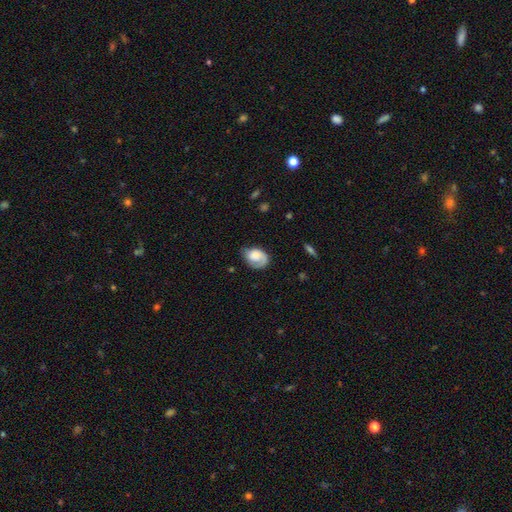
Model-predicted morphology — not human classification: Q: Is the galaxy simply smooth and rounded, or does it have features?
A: smooth — 47%.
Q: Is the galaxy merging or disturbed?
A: none — 53%.